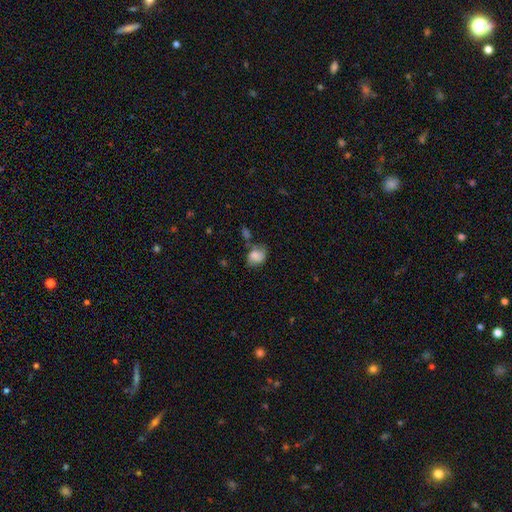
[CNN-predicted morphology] Q: Smooth or featured?
A: smooth (76%); runner-up: featured or disk (15%)
Q: How rounded?
A: in between (52%); runner-up: round (47%)
Q: Merging?
A: none (47%); runner-up: minor disturbance (28%)